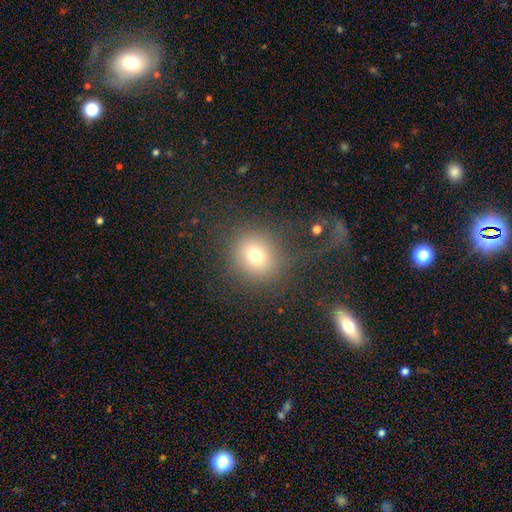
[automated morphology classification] smooth 72%, star or artifact 16%, featured or disk 12%. Down the decision tree: how rounded — round (85%); merging — none (75%).